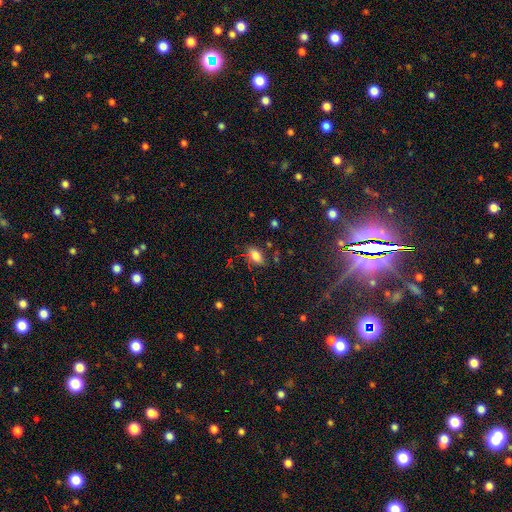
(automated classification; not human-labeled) Morphology: type=smooth (78%); roundness=in between (89%); merging=none (73%).